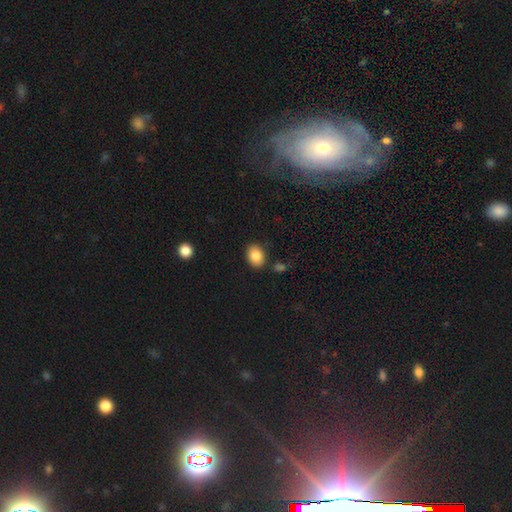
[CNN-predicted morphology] The model was most divided on "how rounded": in between: 70%, round: 29%, cigar-shaped: 1%. More confident: smooth or featured — smooth (87%); merging — none (83%).